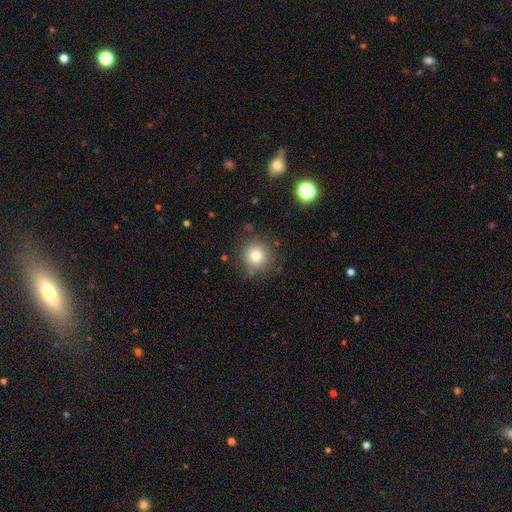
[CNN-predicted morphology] This appears to be a smooth galaxy with no disk features (78%) that is round (94%). Merging: none (86%).